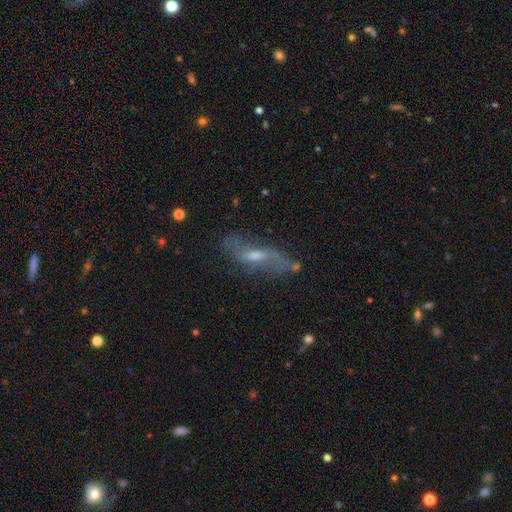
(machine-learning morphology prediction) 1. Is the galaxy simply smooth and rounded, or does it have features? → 66% featured or disk, 25% smooth, 9% star or artifact.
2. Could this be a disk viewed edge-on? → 72% no, 28% yes.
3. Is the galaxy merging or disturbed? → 55% none, 24% minor disturbance, 16% major disturbance, 6% merger.